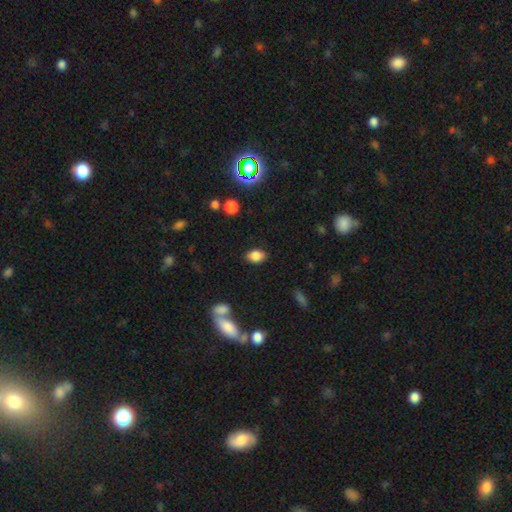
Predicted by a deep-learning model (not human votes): Smooth or featured? Predicted: smooth (p=0.85). How rounded? Predicted: in between (p=0.84). Merging? Predicted: none (p=0.83).